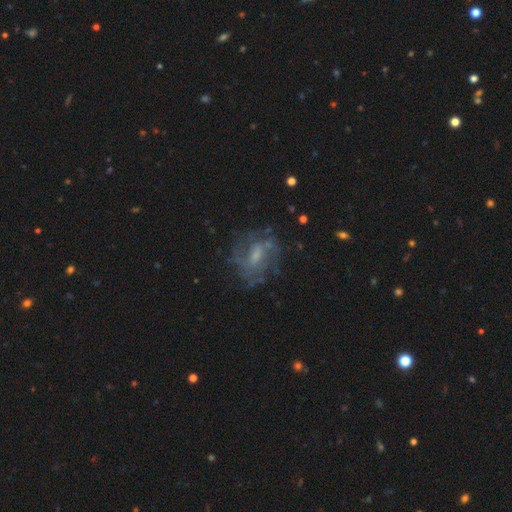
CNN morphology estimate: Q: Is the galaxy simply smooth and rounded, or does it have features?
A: featured or disk — 71%.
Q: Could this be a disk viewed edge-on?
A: no — 96%.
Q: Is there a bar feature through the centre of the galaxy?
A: weak — 51%.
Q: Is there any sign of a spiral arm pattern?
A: yes — 78%.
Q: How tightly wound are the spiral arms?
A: medium — 42%.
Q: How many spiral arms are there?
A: can't tell — 45%.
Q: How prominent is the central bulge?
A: small — 40%.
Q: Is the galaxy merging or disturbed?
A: none — 65%.